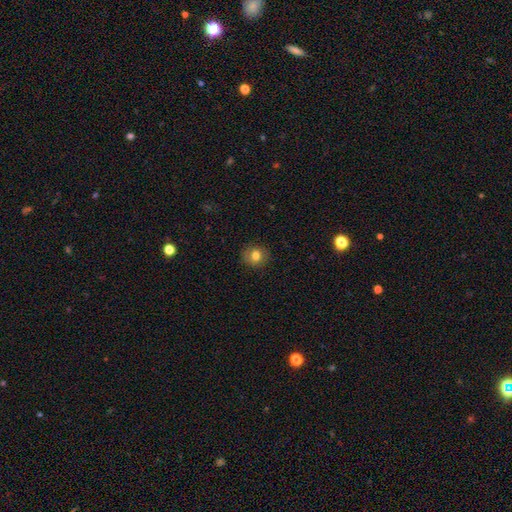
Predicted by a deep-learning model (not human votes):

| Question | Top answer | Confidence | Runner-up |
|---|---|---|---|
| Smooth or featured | smooth | 77% | featured or disk (12%) |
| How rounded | round | 82% | in between (17%) |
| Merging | none | 88% | minor disturbance (9%) |